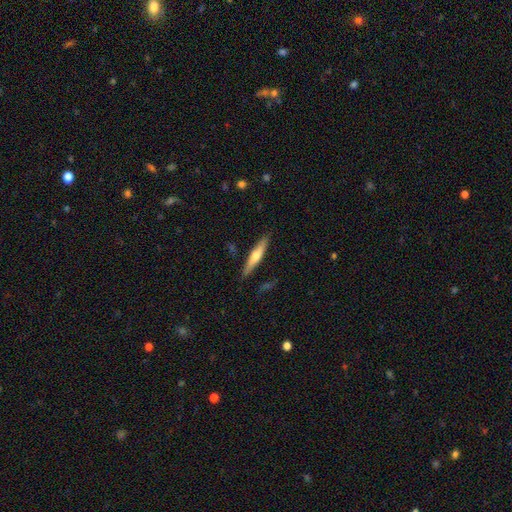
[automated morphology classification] Smooth or featured? Predicted: featured or disk (p=0.48). Merging? Predicted: none (p=0.87).